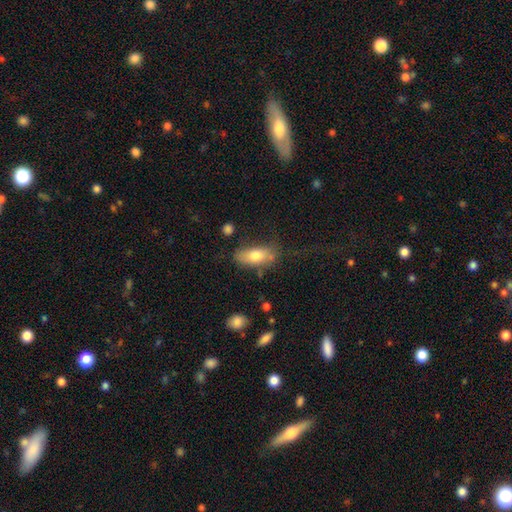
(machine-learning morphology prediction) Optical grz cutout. It shows a smooth galaxy with no disk features (73%) that is in between round and cigar-shaped (84%). Merging: none (63%).